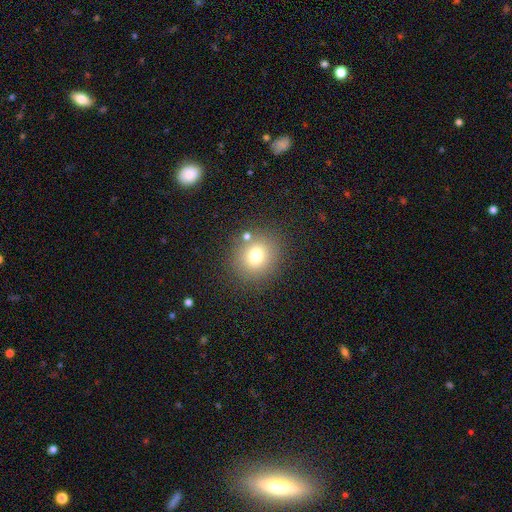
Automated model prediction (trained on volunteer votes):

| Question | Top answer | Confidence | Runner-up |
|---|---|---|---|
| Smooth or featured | smooth | 73% | star or artifact (15%) |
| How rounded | round | 83% | in between (16%) |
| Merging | none | 81% | minor disturbance (9%) |